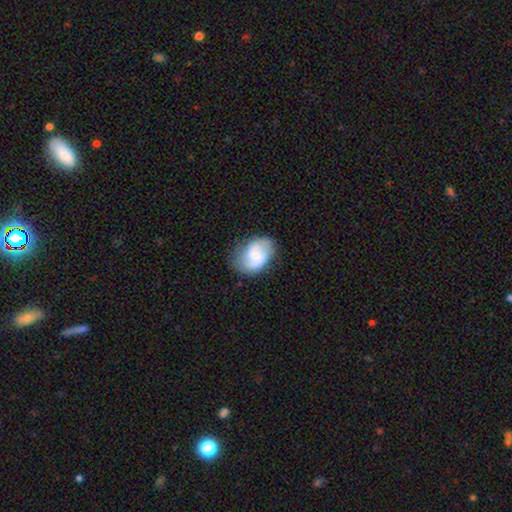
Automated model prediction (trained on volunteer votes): The model was most divided on "bar": no: 47%, weak: 45%, strong: 8%. Remaining: edge-on disk — no (97%); spiral arms — yes (87%); spiral arm count — 2 (81%); merging — none (70%); smooth or featured — featured or disk (61%); bulge size — small (53%); spiral winding — medium (46%).